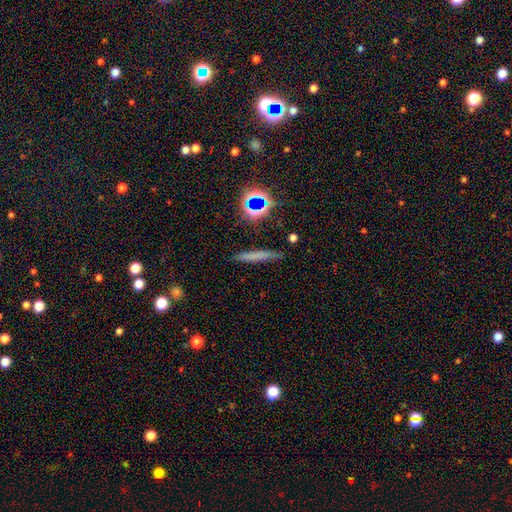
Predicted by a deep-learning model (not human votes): smooth_or_featured: smooth (p=0.59) [alt: featured or disk p=0.25]
how_rounded: cigar-shaped (p=0.91) [alt: in between p=0.05]
merging: none (p=0.85) [alt: minor disturbance p=0.10]